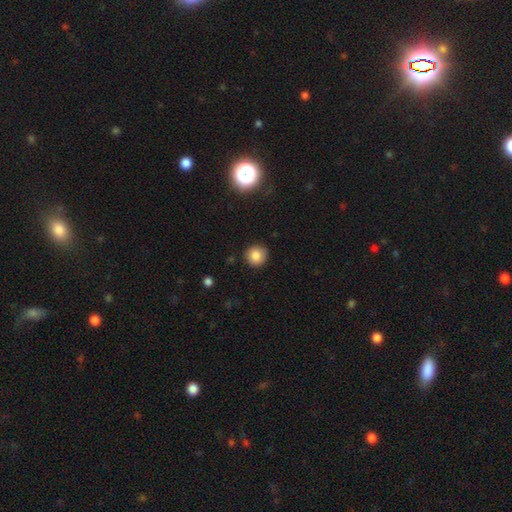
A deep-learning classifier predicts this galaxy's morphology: Smooth or featured: smooth — 83% (star or artifact — 11%)
How rounded: round — 93% (in between — 6%)
Merging: none — 89% (minor disturbance — 8%)